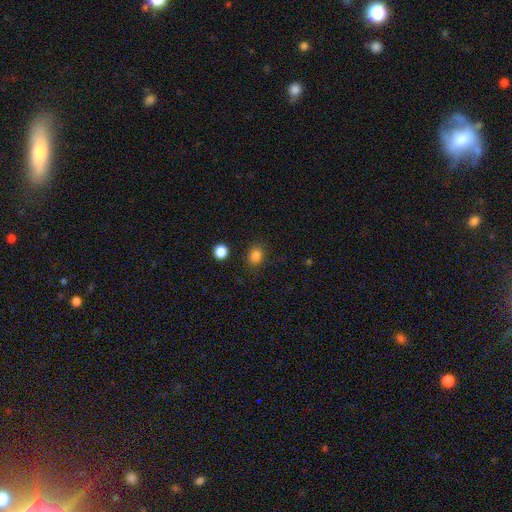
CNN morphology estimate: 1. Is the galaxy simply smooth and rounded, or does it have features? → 83% smooth, 13% star or artifact, 4% featured or disk.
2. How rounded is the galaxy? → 54% round, 45% in between, 1% cigar-shaped.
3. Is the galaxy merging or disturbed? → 83% none, 11% minor disturbance, 4% major disturbance, 3% merger.